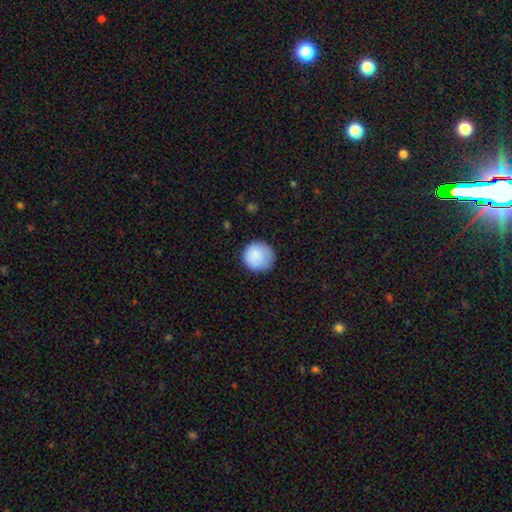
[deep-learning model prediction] smooth_or_featured: smooth (p=0.87) [alt: star or artifact p=0.07]
how_rounded: round (p=0.93) [alt: in between p=0.06]
merging: none (p=0.82) [alt: minor disturbance p=0.14]